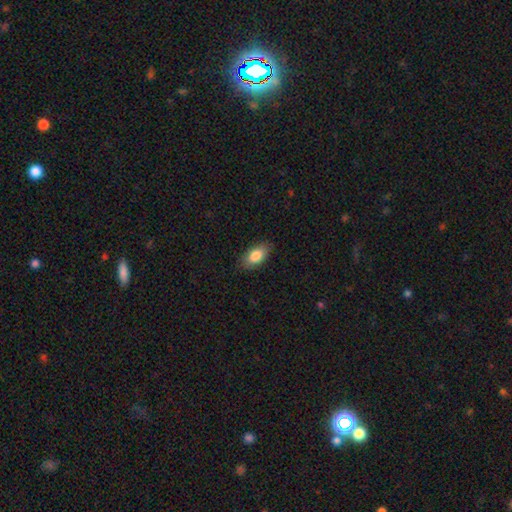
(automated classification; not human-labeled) smooth-or-featured: smooth: 84% | featured or disk: 9% | star or artifact: 7%
  how-rounded: in between: 91% | cigar-shaped: 5% | round: 4%
  merging: none: 85% | minor disturbance: 11% | major disturbance: 3% | merger: 1%